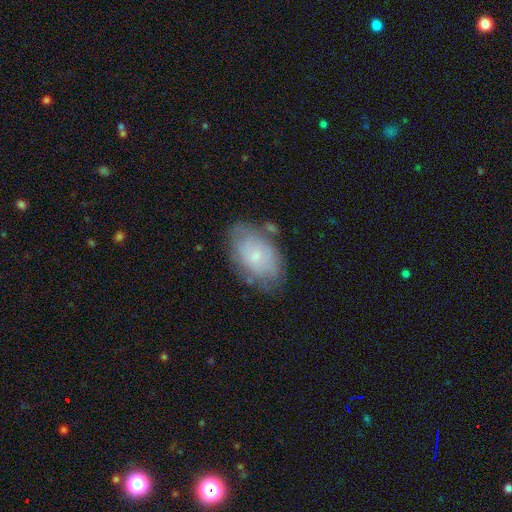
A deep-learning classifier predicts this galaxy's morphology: smooth 54%, featured or disk 38%, star or artifact 8%. Down the decision tree: how rounded — in between (91%); merging — none (65%).